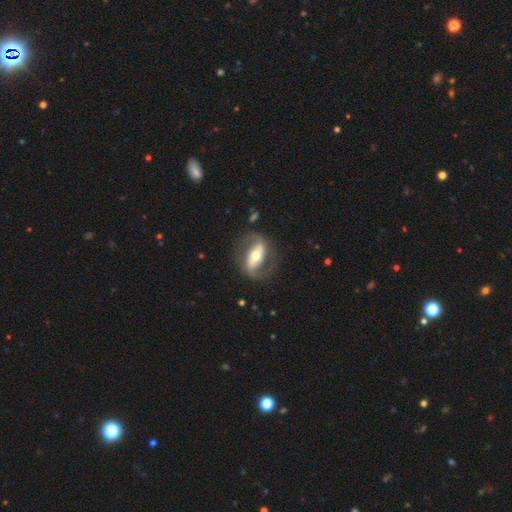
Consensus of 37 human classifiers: Q: Smooth or featured?
A: featured or disk (81%); runner-up: smooth (16%)
Q: Edge-on disk?
A: no (87%); runner-up: yes (13%)
Q: Bar?
A: strong (54%); runner-up: weak (27%)
Q: Spiral arms?
A: yes (88%); runner-up: no (12%)
Q: Spiral winding?
A: medium (43%); runner-up: loose (39%)
Q: Spiral arm count?
A: 2 (96%); runner-up: 1 (4%)
Q: Bulge size?
A: moderate (46%); tied with: small (46%)
Q: Merging?
A: none (81%); runner-up: minor disturbance (8%)